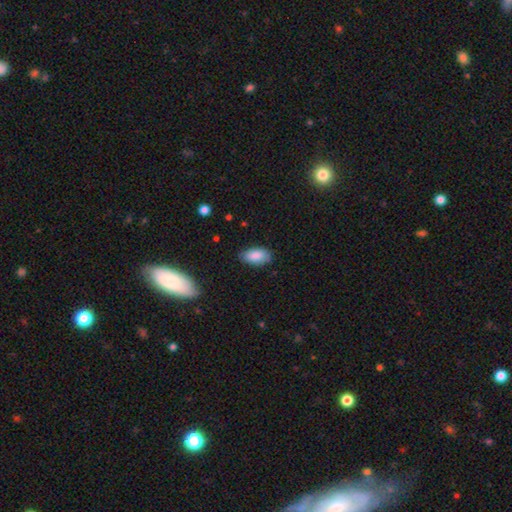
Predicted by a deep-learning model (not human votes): Smooth or featured: smooth — 85% (featured or disk — 8%)
How rounded: in between — 94% (cigar-shaped — 3%)
Merging: none — 81% (minor disturbance — 15%)